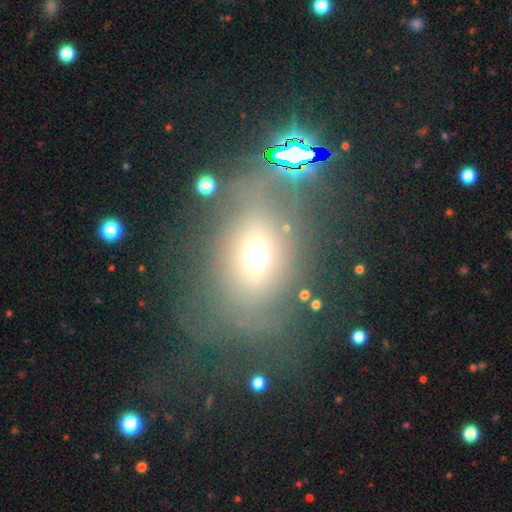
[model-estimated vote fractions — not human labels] Overall: smooth (51%; star or artifact 25%). How rounded: in between (62%; round 35%). Merging: none (50%; major disturbance 23%).